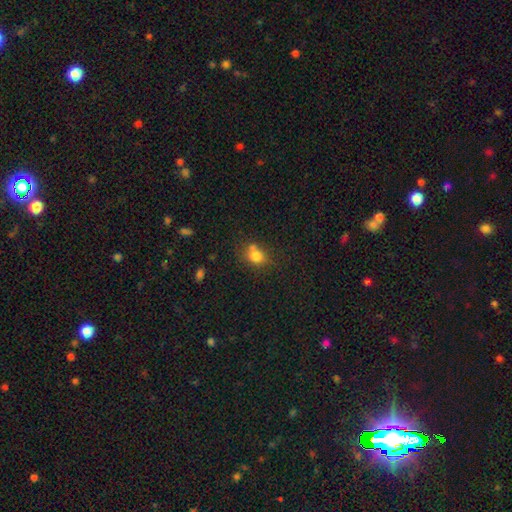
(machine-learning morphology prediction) Smooth or featured? smooth (78%)
How rounded? round (53%)
Merging? none (51%)